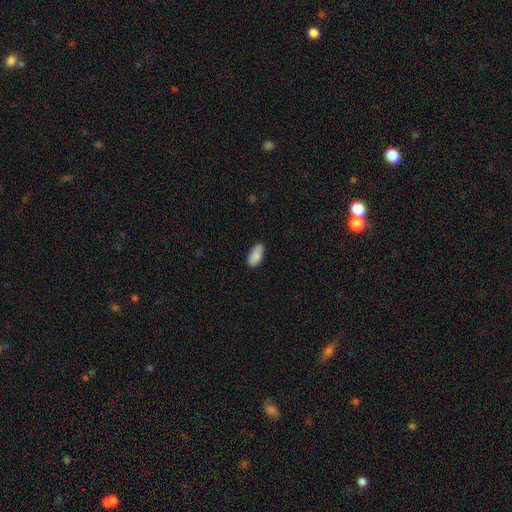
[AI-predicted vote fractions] Smooth or featured? Predicted: smooth (p=0.80). How rounded? Predicted: in between (p=0.91). Merging? Predicted: none (p=0.62).